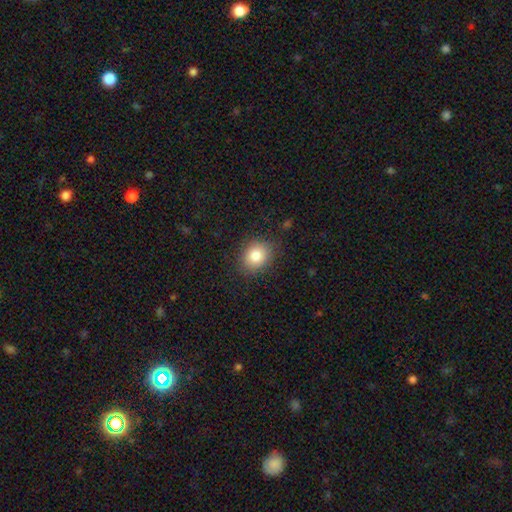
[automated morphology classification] smooth-or-featured: smooth: 82% | star or artifact: 9% | featured or disk: 8%
  how-rounded: round: 57% | in between: 42% | cigar-shaped: 1%
  merging: none: 83% | minor disturbance: 12% | major disturbance: 3% | merger: 1%